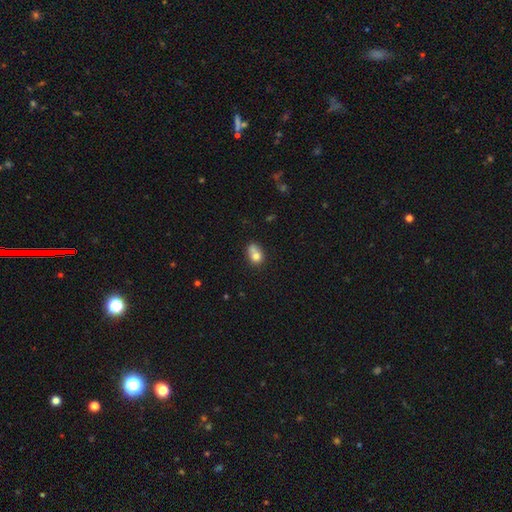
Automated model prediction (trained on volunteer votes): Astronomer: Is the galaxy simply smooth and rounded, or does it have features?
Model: smooth — 73%.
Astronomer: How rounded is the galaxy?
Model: in between — 58% (runner-up: round, 40%).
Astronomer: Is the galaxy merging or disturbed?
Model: none — 37% (runner-up: merger, 34%).